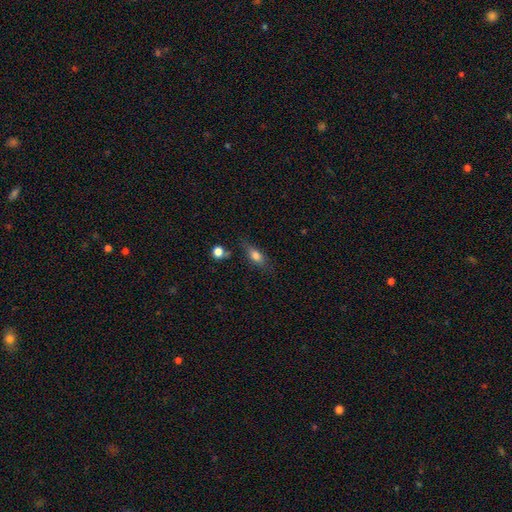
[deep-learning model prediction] Smooth or featured? Predicted: smooth (p=0.75). How rounded? Predicted: in between (p=0.71). Merging? Predicted: none (p=0.64).